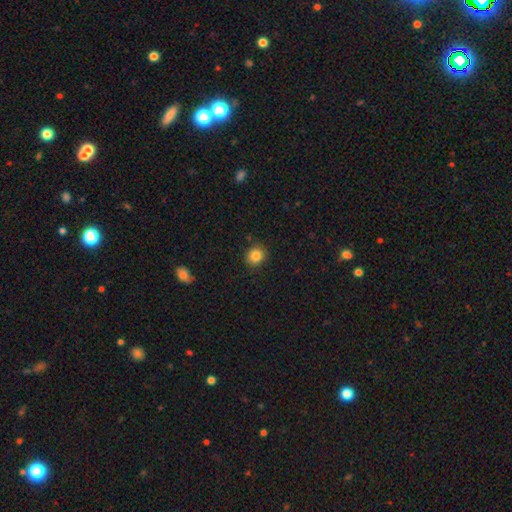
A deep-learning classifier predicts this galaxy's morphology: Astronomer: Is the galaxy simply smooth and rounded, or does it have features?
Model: smooth — 84%.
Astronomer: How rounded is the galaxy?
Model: round — 85%.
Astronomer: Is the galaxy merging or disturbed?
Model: none — 88%.